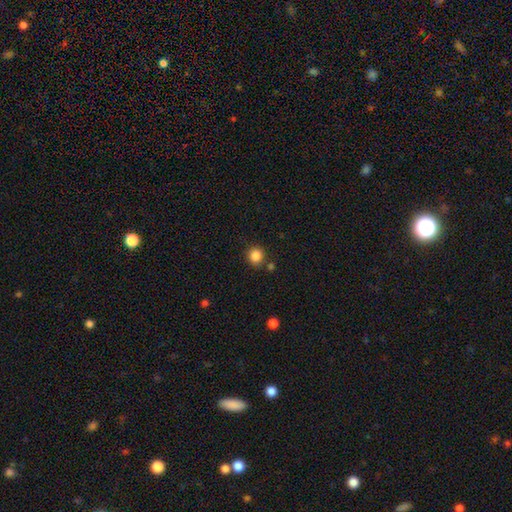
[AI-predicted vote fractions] The model was most divided on "merging": none: 83%, minor disturbance: 8%, merger: 6%, major disturbance: 3%. More confident: how rounded — round (88%); smooth or featured — smooth (86%).